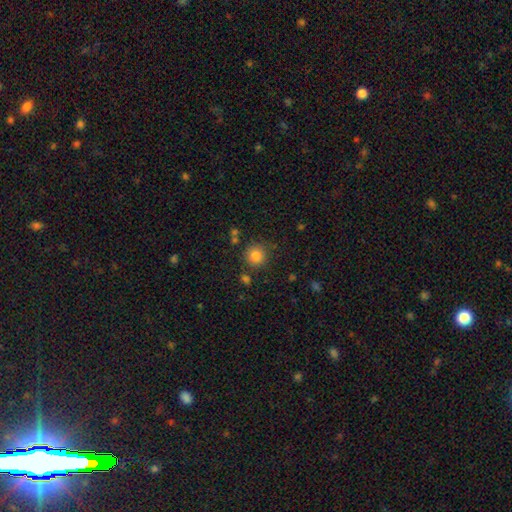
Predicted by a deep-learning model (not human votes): Smooth or featured?
  - smooth: 84% *
  - star or artifact: 11%
  - featured or disk: 5%
How rounded?
  - round: 93% *
  - in between: 6%
  - cigar-shaped: 1%
Merging?
  - none: 82% *
  - minor disturbance: 9%
  - merger: 5%
  - major disturbance: 3%